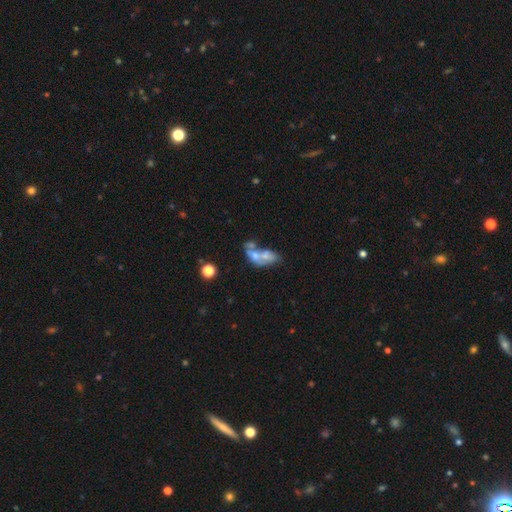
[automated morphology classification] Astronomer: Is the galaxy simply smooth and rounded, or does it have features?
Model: featured or disk — 46% (runner-up: smooth, 42%).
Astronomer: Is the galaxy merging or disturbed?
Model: merger — 64%.